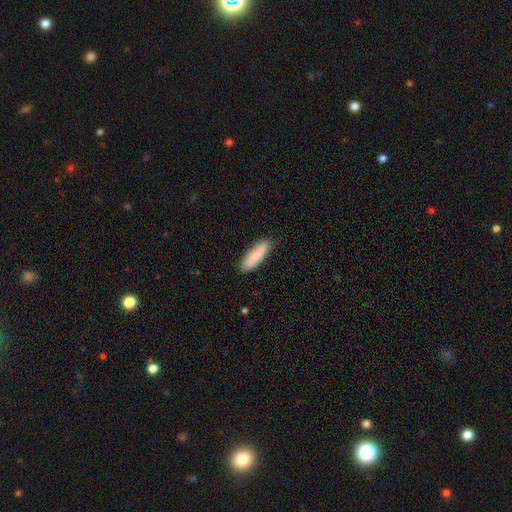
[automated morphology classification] This appears to be a smooth galaxy with no disk features (80%) that is cigar-shaped (57%). Merging: none (86%).